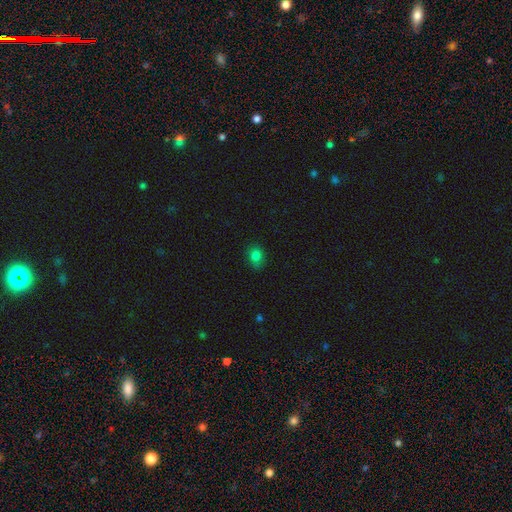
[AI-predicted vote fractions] smooth_or_featured: smooth (p=0.80) [alt: star or artifact p=0.14]
how_rounded: in between (p=0.57) [alt: round p=0.42]
merging: none (p=0.77) [alt: minor disturbance p=0.18]